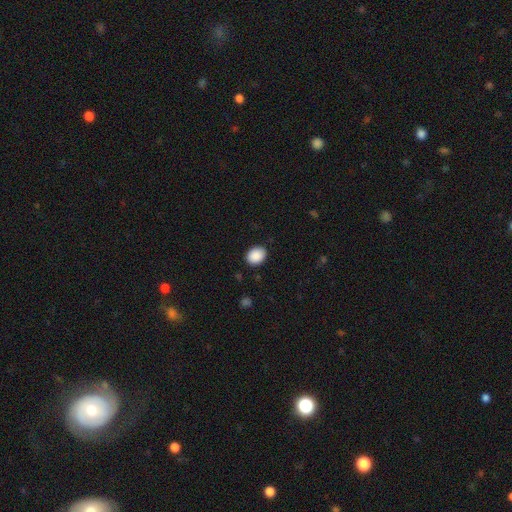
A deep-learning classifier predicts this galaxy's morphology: Smooth or featured?
  - smooth: 90% *
  - star or artifact: 7%
  - featured or disk: 3%
How rounded?
  - in between: 57% *
  - round: 42%
  - cigar-shaped: 1%
Merging?
  - none: 88% *
  - minor disturbance: 9%
  - major disturbance: 2%
  - merger: 1%